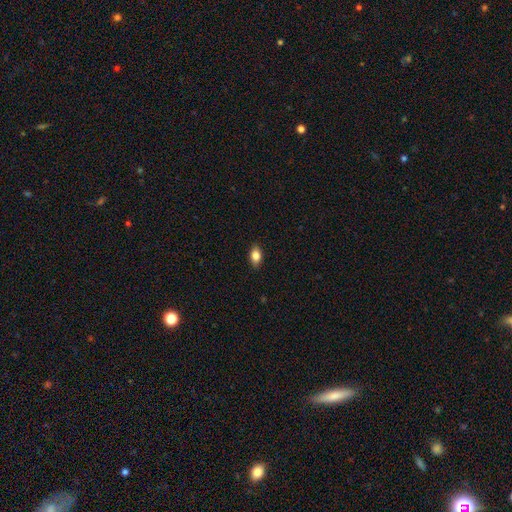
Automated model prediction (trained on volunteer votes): smooth_or_featured: smooth (p=0.82) [alt: featured or disk p=0.10]
how_rounded: in between (p=0.86) [alt: round p=0.10]
merging: none (p=0.88) [alt: minor disturbance p=0.09]